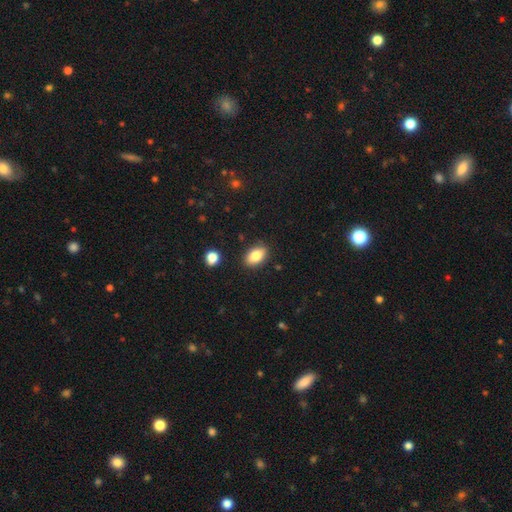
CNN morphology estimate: A smooth galaxy with no disk features (83%) that is in between round and cigar-shaped (89%). Merging: none (87%).